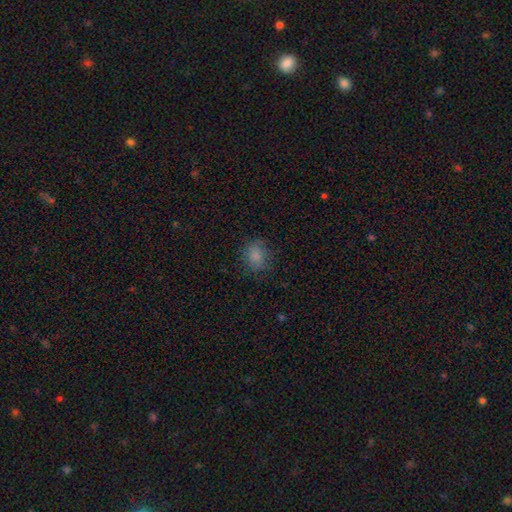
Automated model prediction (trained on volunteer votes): smooth-or-featured: smooth: 81% | star or artifact: 11% | featured or disk: 7%
  how-rounded: round: 60% | in between: 39% | cigar-shaped: 1%
  merging: none: 75% | minor disturbance: 18% | major disturbance: 6% | merger: 1%